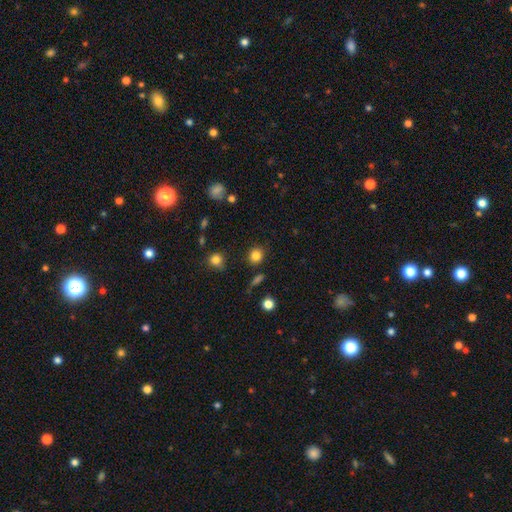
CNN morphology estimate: This is clearly a smooth galaxy (83%). How rounded: clearly round (84%). Merging: clearly none (85%).